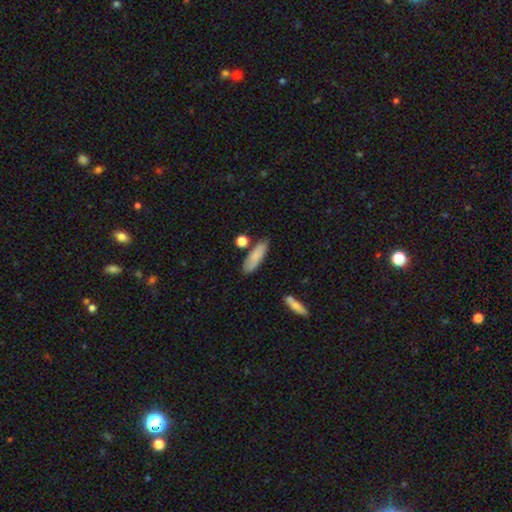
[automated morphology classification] Overall: smooth (82%). How rounded: in between (49%, tied with cigar-shaped). Merging: none (76%).